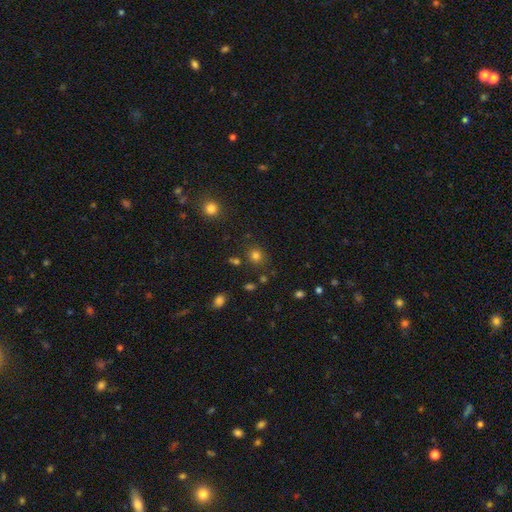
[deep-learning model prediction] Q: Smooth or featured?
A: smooth (78%); runner-up: star or artifact (16%)
Q: How rounded?
A: round (82%); runner-up: in between (17%)
Q: Merging?
A: none (82%); runner-up: minor disturbance (10%)